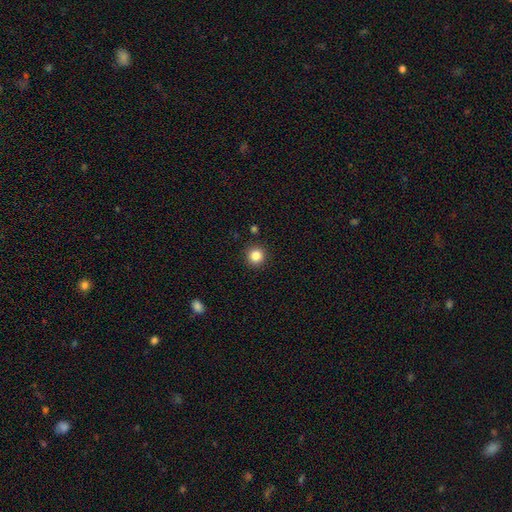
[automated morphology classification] Smooth or featured?
  - smooth: 85% *
  - star or artifact: 11%
  - featured or disk: 4%
How rounded?
  - round: 94% *
  - in between: 5%
  - cigar-shaped: 1%
Merging?
  - none: 91% *
  - minor disturbance: 5%
  - major disturbance: 2%
  - merger: 2%